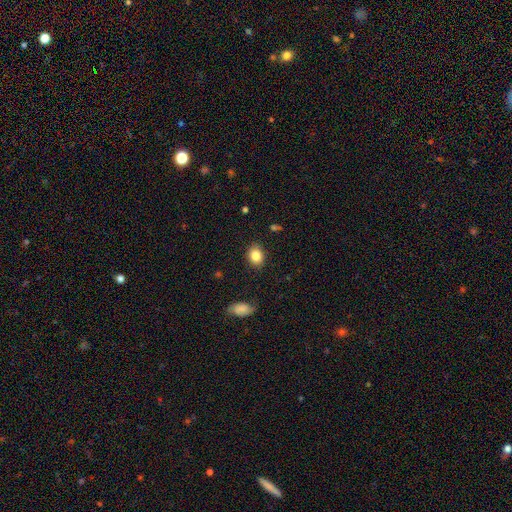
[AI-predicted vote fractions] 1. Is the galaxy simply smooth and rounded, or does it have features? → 84% smooth, 9% star or artifact, 7% featured or disk.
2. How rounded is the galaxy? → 55% in between, 44% round, 1% cigar-shaped.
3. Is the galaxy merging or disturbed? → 86% none, 10% minor disturbance, 3% major disturbance, 1% merger.